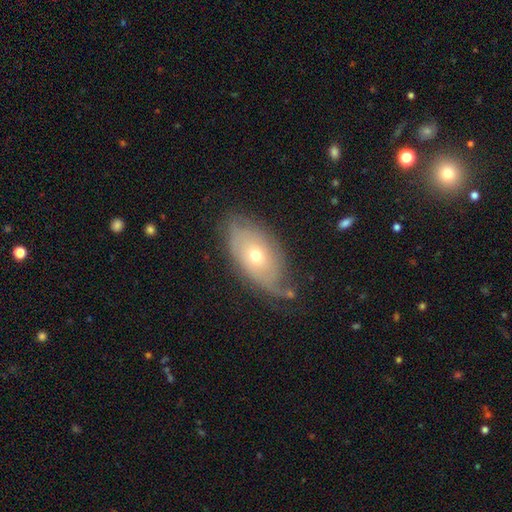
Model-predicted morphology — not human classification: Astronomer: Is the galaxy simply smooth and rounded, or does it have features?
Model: featured or disk — 52% (runner-up: smooth, 40%).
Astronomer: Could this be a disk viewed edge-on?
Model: no — 87%.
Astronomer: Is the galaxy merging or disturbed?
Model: none — 59%.